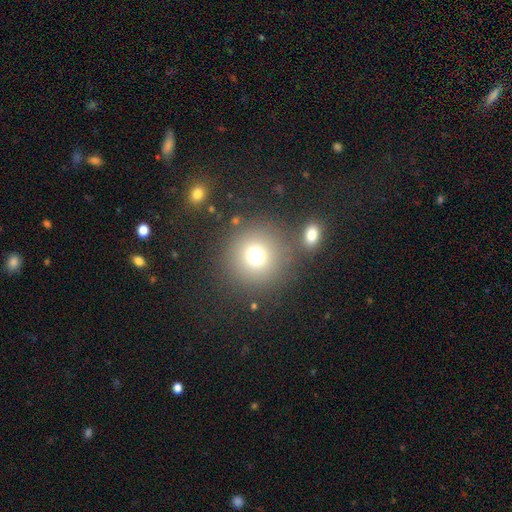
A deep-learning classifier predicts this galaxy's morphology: Smooth or featured? Predicted: smooth (p=0.73). How rounded? Predicted: round (p=0.94). Merging? Predicted: none (p=0.77).